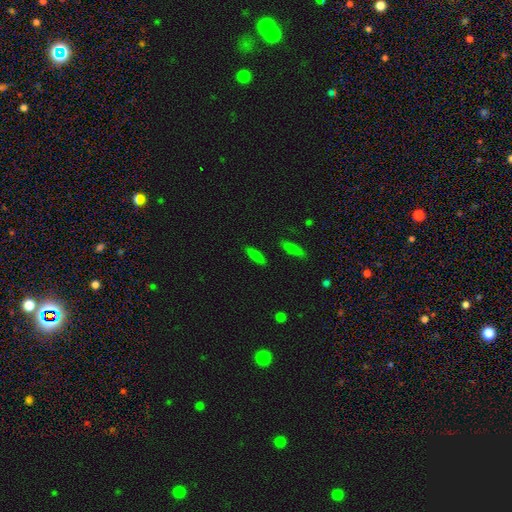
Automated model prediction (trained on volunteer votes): smooth_or_featured: smooth (p=0.81) [alt: star or artifact p=0.10]
how_rounded: cigar-shaped (p=0.66) [alt: in between p=0.32]
merging: none (p=0.88) [alt: minor disturbance p=0.08]